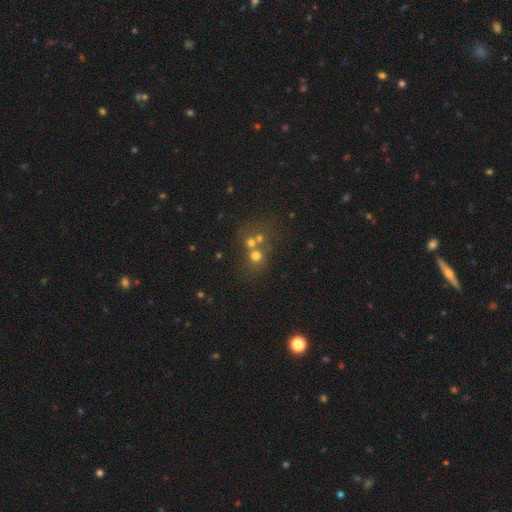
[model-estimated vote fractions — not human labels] Smooth or featured? smooth (59%)
How rounded? round (81%)
Merging? merger (47%)